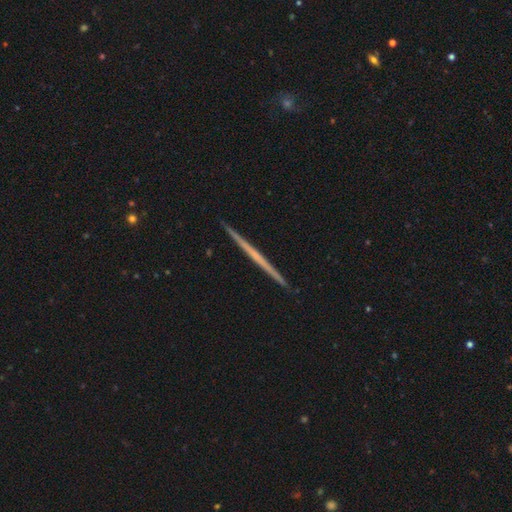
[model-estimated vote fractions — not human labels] smooth-or-featured: featured or disk: 67% | smooth: 28% | star or artifact: 5%
  disk-edge-on: yes: 98% | no: 2%
    edge-on-bulge: none: 88% | rounded: 9% | boxy: 3%
  merging: none: 93% | minor disturbance: 5% | merger: 1% | major disturbance: 1%